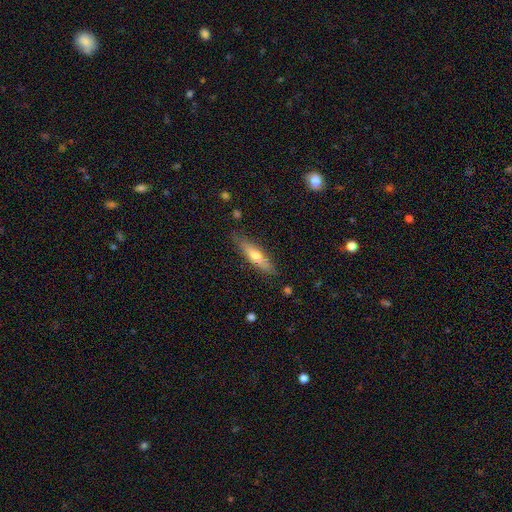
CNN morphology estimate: smooth 54%, featured or disk 40%, star or artifact 6%. Down the decision tree: how rounded — cigar-shaped (72%); merging — none (82%).